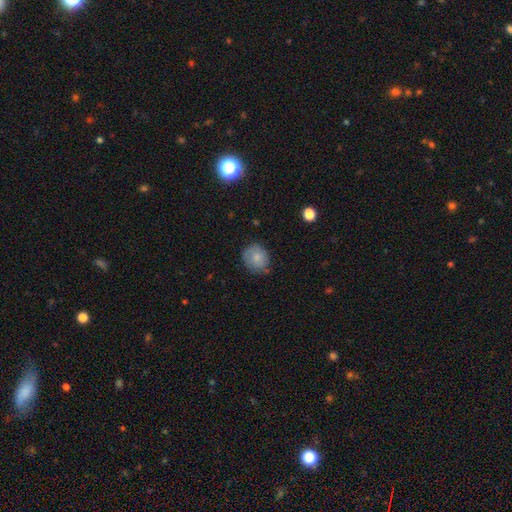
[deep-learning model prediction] The model was most divided on "how rounded": round: 73%, in between: 26%, cigar-shaped: 1%. More confident: smooth or featured — smooth (79%); merging — none (70%).